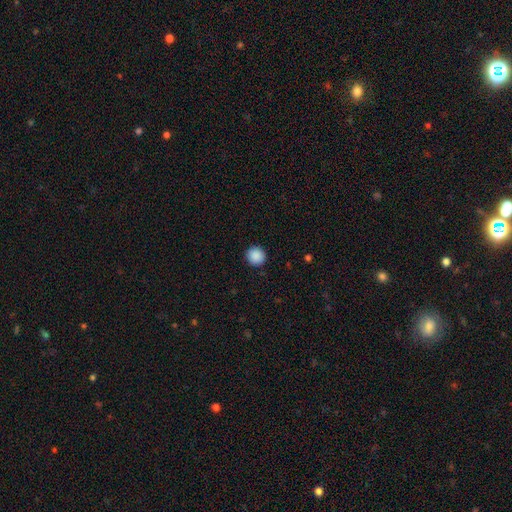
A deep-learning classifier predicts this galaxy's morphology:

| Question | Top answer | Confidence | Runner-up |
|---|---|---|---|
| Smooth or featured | smooth | 89% | star or artifact (8%) |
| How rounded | round | 93% | in between (6%) |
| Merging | none | 92% | minor disturbance (5%) |